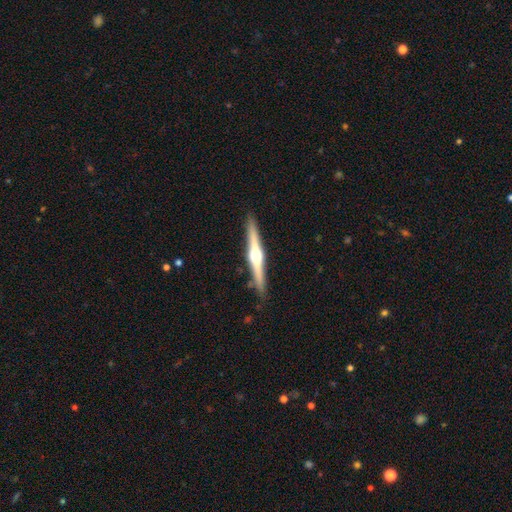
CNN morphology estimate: This is likely a featured or disk galaxy (75%). It is clearly viewed edge-on (98%). Edge-on bulge: clearly rounded (94%). Merging: clearly none (89%).